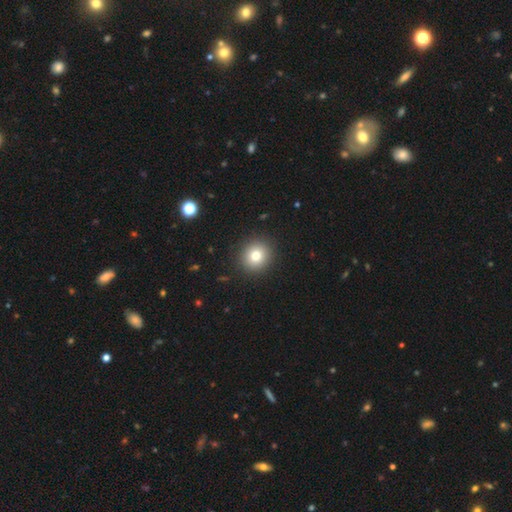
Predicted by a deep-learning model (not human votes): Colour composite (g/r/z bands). It shows a smooth galaxy with no disk features (78%) that is round (88%). Merging: none (91%).